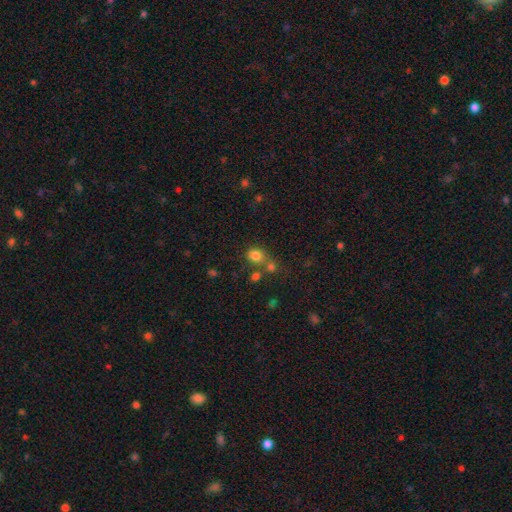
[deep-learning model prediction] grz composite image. It shows a smooth galaxy with no disk features (79%) that is round (65%). Merging: none (57%).